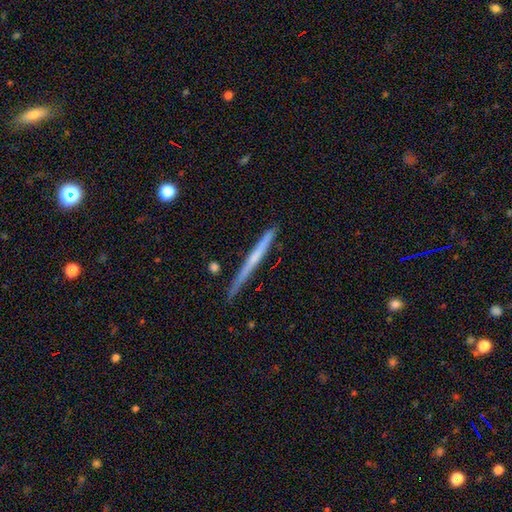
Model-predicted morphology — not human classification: Overall: featured or disk (53%; smooth 41%). Edge-on disk: yes (97%). Edge-on bulge: none (79%). Merging: none (85%).